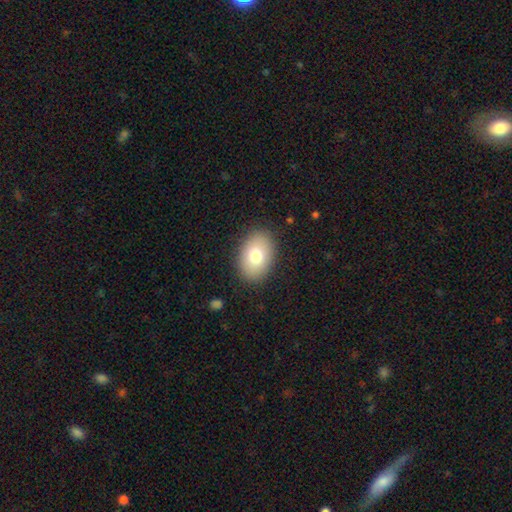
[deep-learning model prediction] This is likely a smooth galaxy (77%). How rounded: clearly in between (83%). Merging: clearly none (87%).